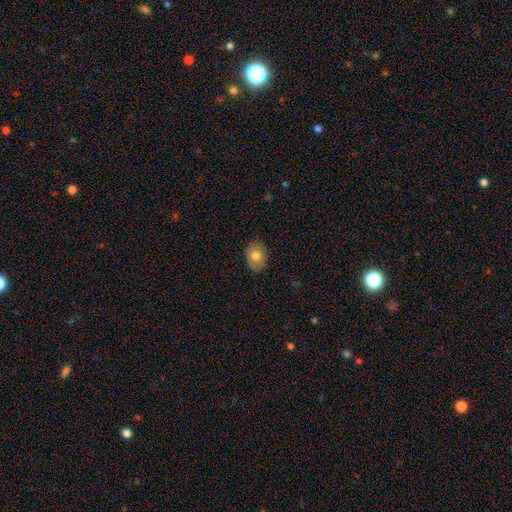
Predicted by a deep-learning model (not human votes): smooth_or_featured: smooth (p=0.78) [alt: featured or disk p=0.14]
how_rounded: in between (p=0.65) [alt: round p=0.34]
merging: none (p=0.85) [alt: minor disturbance p=0.11]